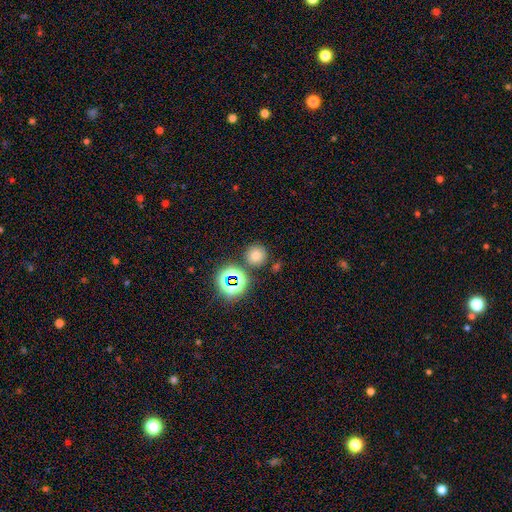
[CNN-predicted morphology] type=smooth (69%); roundness=round (93%); merging=none (82%).